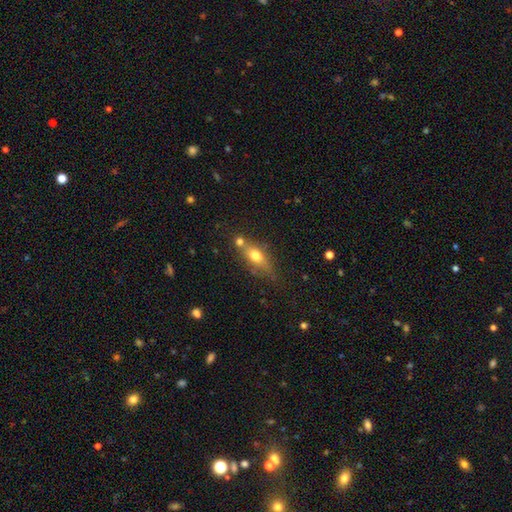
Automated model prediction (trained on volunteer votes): smooth-or-featured: smooth: 68% | featured or disk: 24% | star or artifact: 9%
  how-rounded: in between: 71% | cigar-shaped: 19% | round: 10%
  merging: none: 55% | merger: 21% | minor disturbance: 18% | major disturbance: 6%